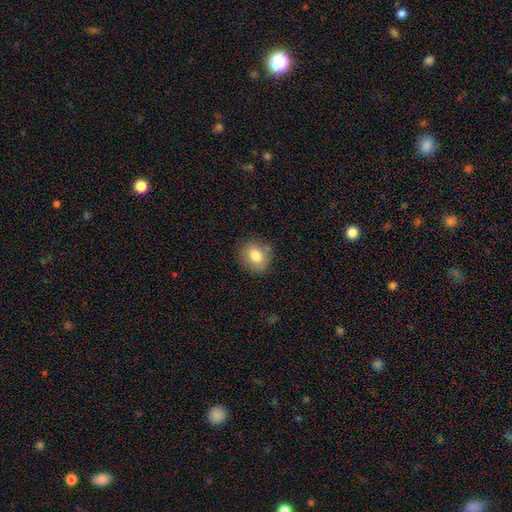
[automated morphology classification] This appears to be a smooth galaxy with no disk features (81%) that is round (69%). Merging: none (81%).